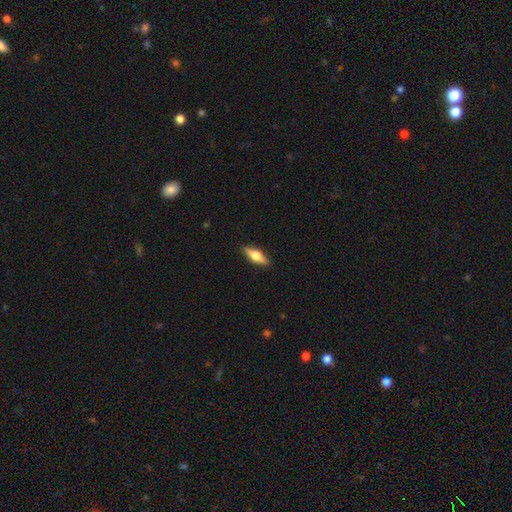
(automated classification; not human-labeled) The model was most divided on "how rounded": in between: 53%, cigar-shaped: 44%, round: 3%. More confident: merging — none (89%); smooth or featured — smooth (55%).